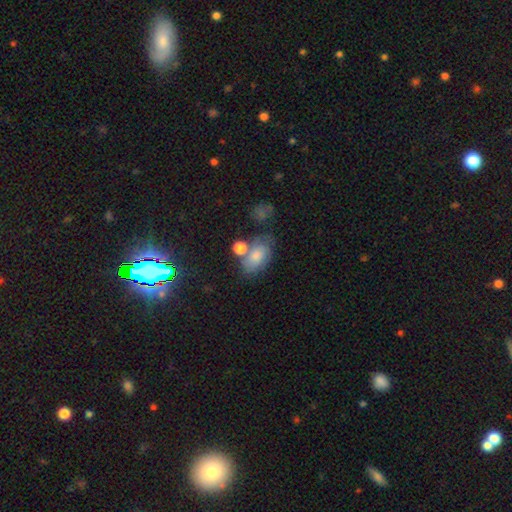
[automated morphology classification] Q: Smooth or featured?
A: smooth (69%); runner-up: featured or disk (22%)
Q: How rounded?
A: in between (84%); runner-up: round (15%)
Q: Merging?
A: none (41%); runner-up: merger (24%)